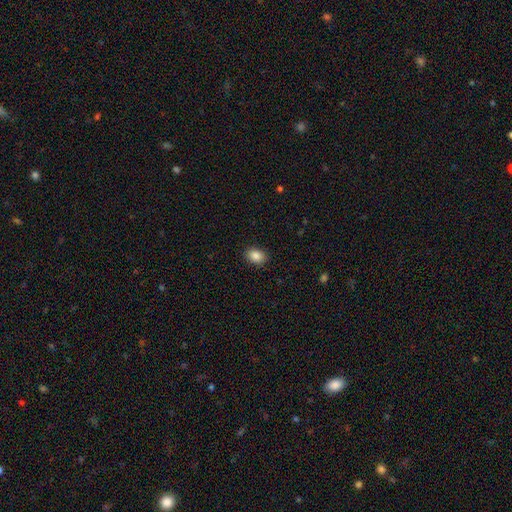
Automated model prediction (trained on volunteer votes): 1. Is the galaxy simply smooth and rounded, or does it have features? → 87% smooth, 9% star or artifact, 4% featured or disk.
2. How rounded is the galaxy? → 74% in between, 25% round, 1% cigar-shaped.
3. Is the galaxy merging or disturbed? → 89% none, 8% minor disturbance, 2% major disturbance, 1% merger.